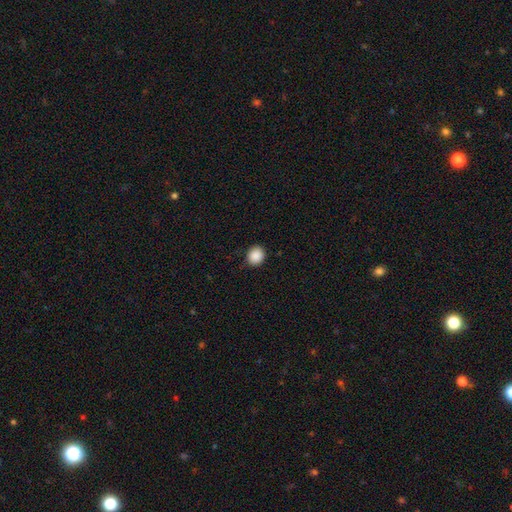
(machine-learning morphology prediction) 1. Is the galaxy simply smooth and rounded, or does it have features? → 89% smooth, 9% star or artifact, 3% featured or disk.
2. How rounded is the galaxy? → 78% round, 21% in between, 1% cigar-shaped.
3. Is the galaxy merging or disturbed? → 88% none, 9% minor disturbance, 2% major disturbance, 1% merger.